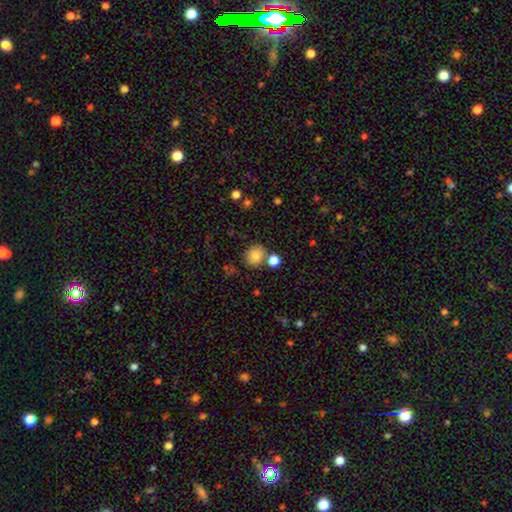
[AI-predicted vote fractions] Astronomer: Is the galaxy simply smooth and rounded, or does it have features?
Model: smooth — 81%.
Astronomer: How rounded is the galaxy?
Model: round — 81%.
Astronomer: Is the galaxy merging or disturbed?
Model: none — 74%.